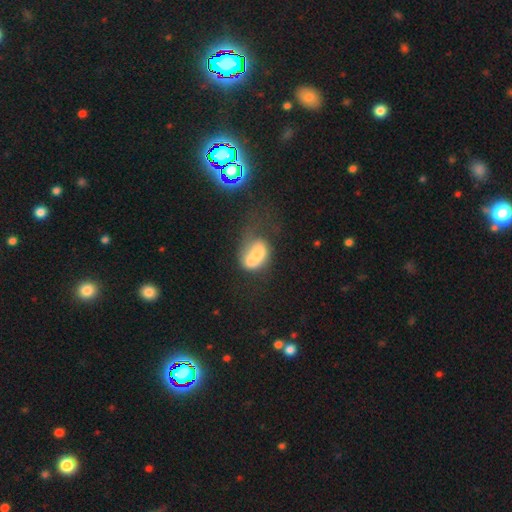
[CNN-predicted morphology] A smooth galaxy with no disk features (59%) that is in between round and cigar-shaped (80%).

Vote fractions:
- Smooth or featured? smooth: 59% / featured or disk: 32% / star or artifact: 10%
- How rounded? in between: 80% / round: 17% / cigar-shaped: 3%
- Merging? merger: 46% / major disturbance: 22% / none: 17% / minor disturbance: 15%